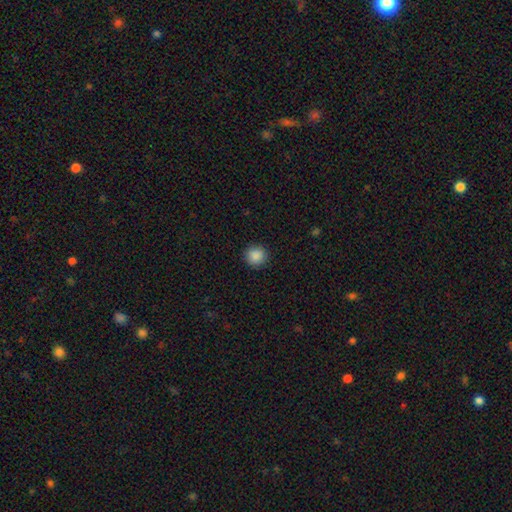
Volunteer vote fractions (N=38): Q: Smooth or featured?
A: smooth (82%); runner-up: star or artifact (11%)
Q: How rounded?
A: round (90%); runner-up: in between (10%)
Q: Merging?
A: none (79%); runner-up: minor disturbance (9%)